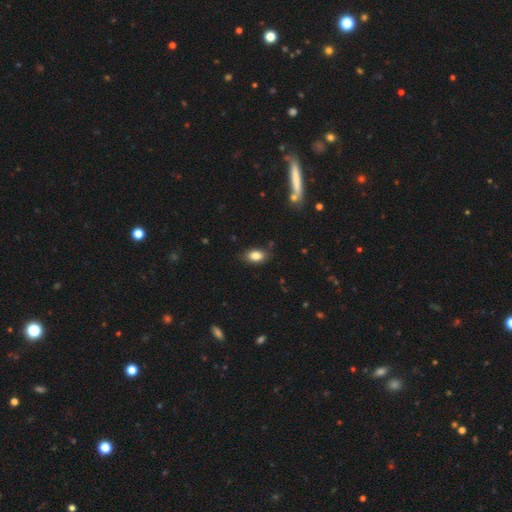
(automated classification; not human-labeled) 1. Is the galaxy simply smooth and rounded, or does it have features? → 84% smooth, 8% star or artifact, 8% featured or disk.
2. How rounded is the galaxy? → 88% in between, 9% round, 3% cigar-shaped.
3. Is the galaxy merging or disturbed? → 81% none, 14% minor disturbance, 3% major disturbance, 2% merger.